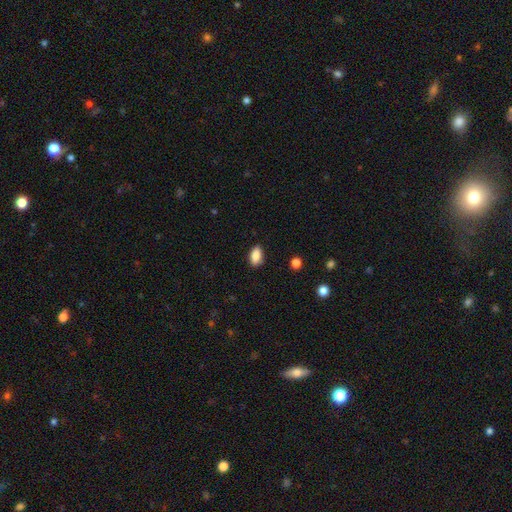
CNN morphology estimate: Smooth or featured? smooth (86%)
How rounded? in between (89%)
Merging? none (85%)